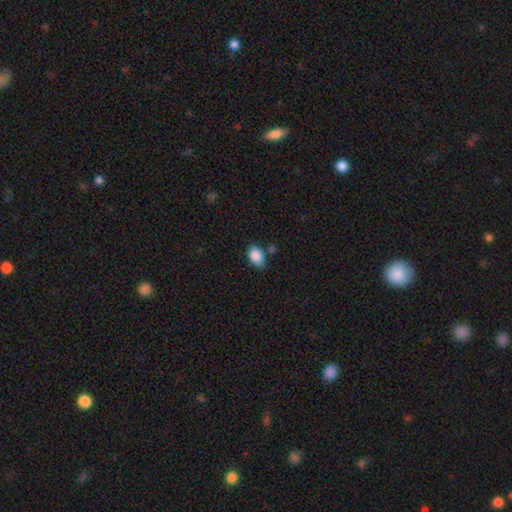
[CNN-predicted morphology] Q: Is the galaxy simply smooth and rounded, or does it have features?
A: smooth — 88%.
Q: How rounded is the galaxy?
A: in between — 84%.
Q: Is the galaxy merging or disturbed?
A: none — 66%.